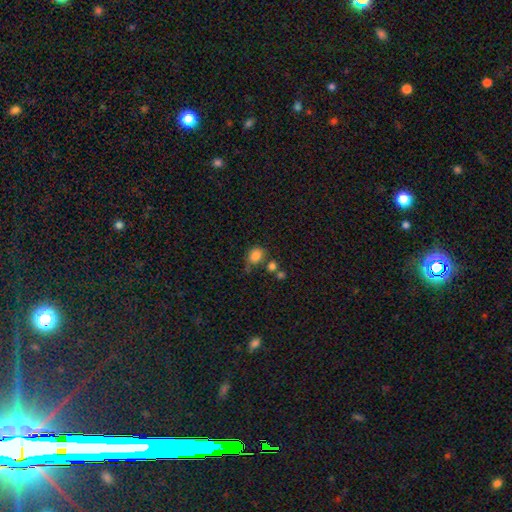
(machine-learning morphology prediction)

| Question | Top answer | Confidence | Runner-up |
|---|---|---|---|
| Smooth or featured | smooth | 83% | star or artifact (11%) |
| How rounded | round | 51% | in between (48%) |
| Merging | none | 54% | minor disturbance (22%) |